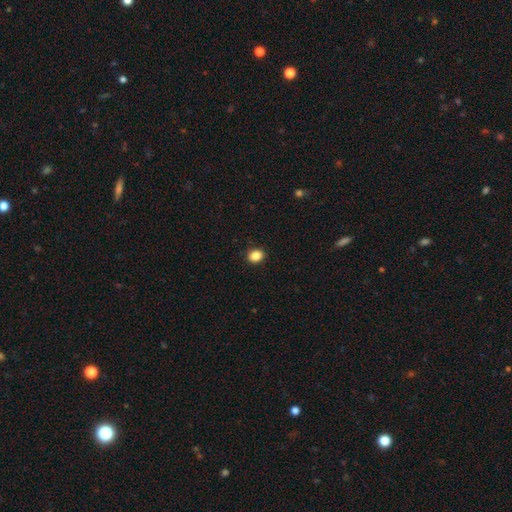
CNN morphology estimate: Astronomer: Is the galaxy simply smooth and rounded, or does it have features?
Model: smooth — 87%.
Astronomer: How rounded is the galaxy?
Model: round — 53% (runner-up: in between, 46%).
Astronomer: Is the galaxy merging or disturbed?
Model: none — 91%.